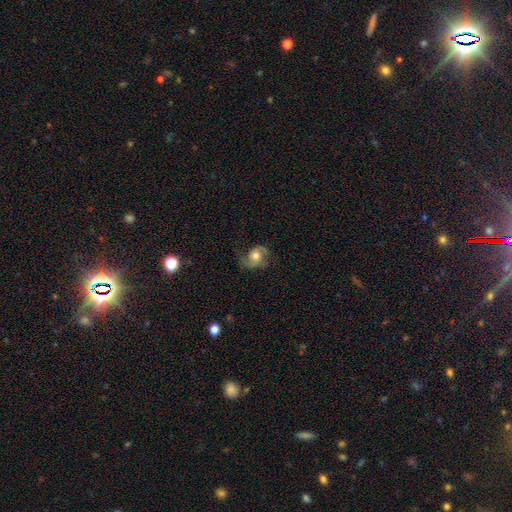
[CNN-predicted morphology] Smooth or featured? Predicted: featured or disk (p=0.61). Edge-on disk? Predicted: no (p=0.96). Bar? Predicted: no (p=0.69). Spiral arms? Predicted: yes (p=0.88). Spiral winding? Predicted: medium (p=0.43). Spiral arm count? Predicted: 2 (p=0.80). Bulge size? Predicted: moderate (p=0.66). Merging? Predicted: none (p=0.60).